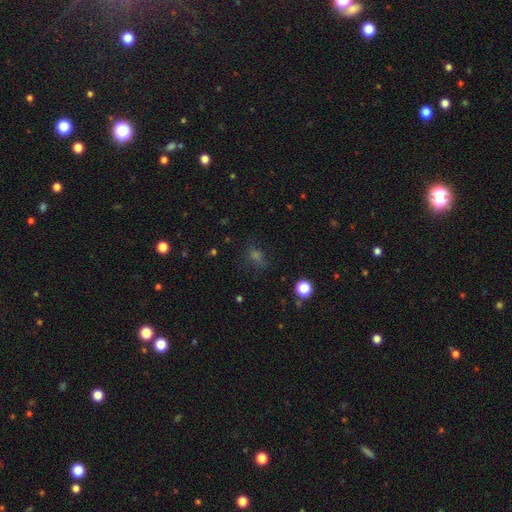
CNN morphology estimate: smooth_or_featured: smooth (p=0.48) [alt: star or artifact p=0.37]
merging: none (p=0.72) [alt: minor disturbance p=0.17]